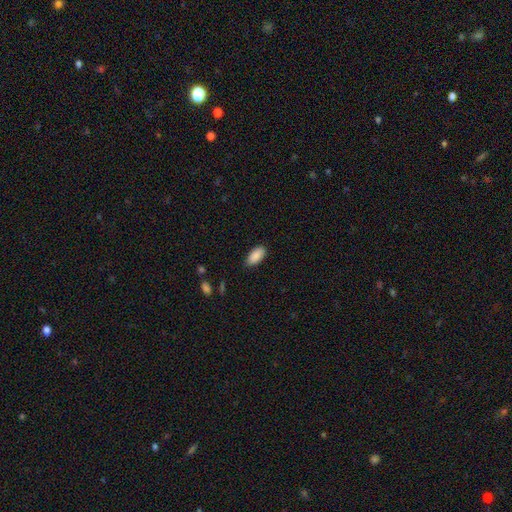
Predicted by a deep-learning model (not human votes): Smooth or featured? smooth (89%)
How rounded? in between (93%)
Merging? none (85%)